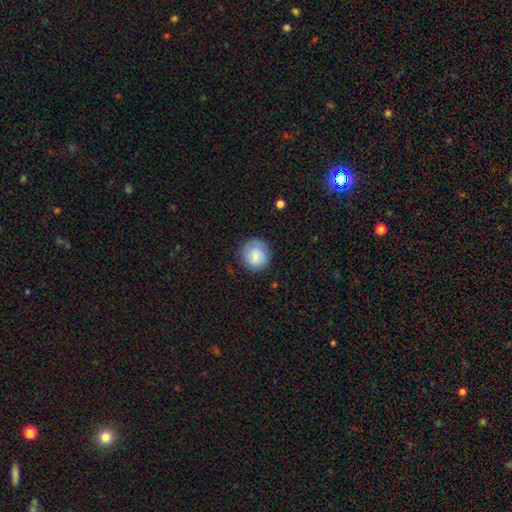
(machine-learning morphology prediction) The model was most divided on "smooth or featured": smooth: 73%, featured or disk: 20%, star or artifact: 7%. More confident: how rounded — round (87%); merging — none (79%).